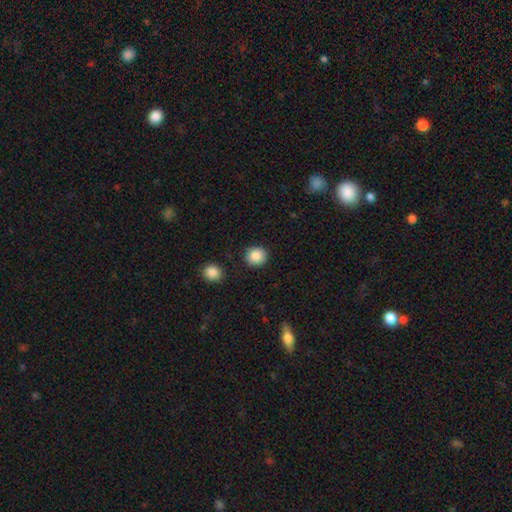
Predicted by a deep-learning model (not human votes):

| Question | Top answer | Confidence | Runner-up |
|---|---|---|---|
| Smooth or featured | smooth | 88% | star or artifact (8%) |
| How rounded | round | 89% | in between (10%) |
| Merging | none | 88% | minor disturbance (7%) |